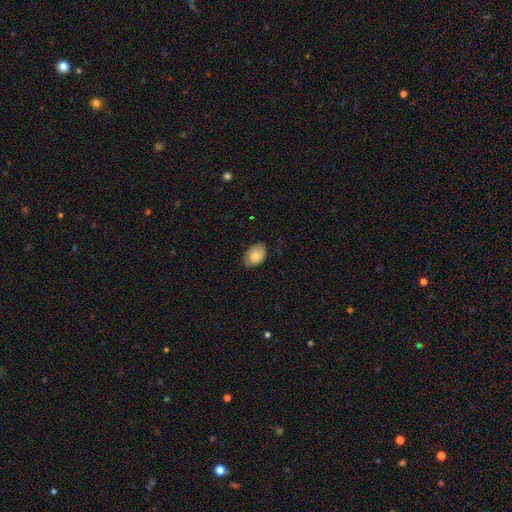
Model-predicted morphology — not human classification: smooth_or_featured: smooth (p=0.78) [alt: featured or disk p=0.14]
how_rounded: in between (p=0.85) [alt: round p=0.14]
merging: none (p=0.77) [alt: minor disturbance p=0.20]